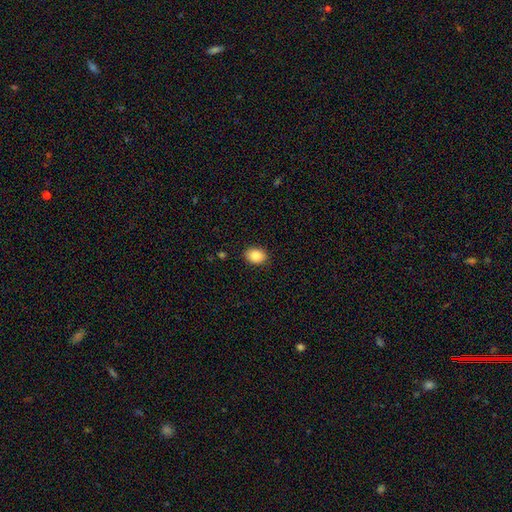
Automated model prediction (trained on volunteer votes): Smooth or featured? Predicted: smooth (p=0.88). How rounded? Predicted: in between (p=0.67). Merging? Predicted: none (p=0.88).